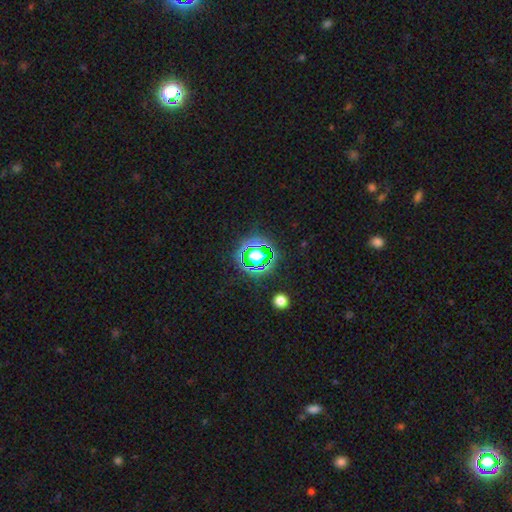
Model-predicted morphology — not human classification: type=star or artifact (57%).